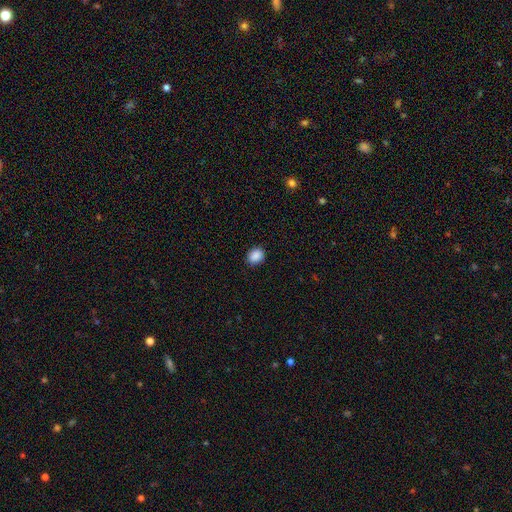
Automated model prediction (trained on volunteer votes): Smooth or featured: smooth — 88% (star or artifact — 9%)
How rounded: round — 59% (in between — 40%)
Merging: none — 87% (minor disturbance — 9%)